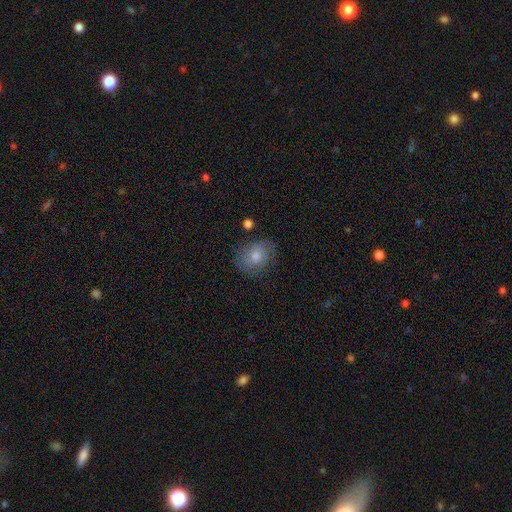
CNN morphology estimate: smooth 49%, featured or disk 39%, star or artifact 12%. Down the decision tree: merging — none (76%).